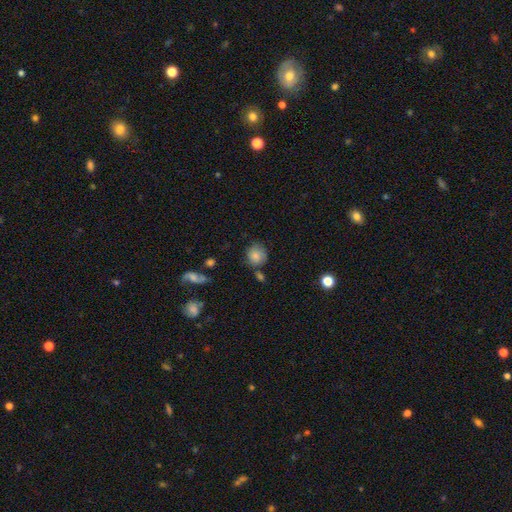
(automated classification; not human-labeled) Smooth or featured: smooth — 77% (featured or disk — 13%)
How rounded: round — 81% (in between — 18%)
Merging: none — 65% (minor disturbance — 21%)